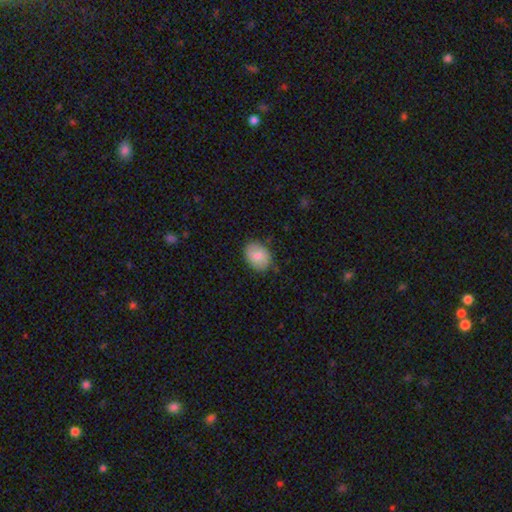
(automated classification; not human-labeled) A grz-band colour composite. It shows a smooth galaxy with no disk features (78%) that is in between round and cigar-shaped (63%). Merging: none (78%).